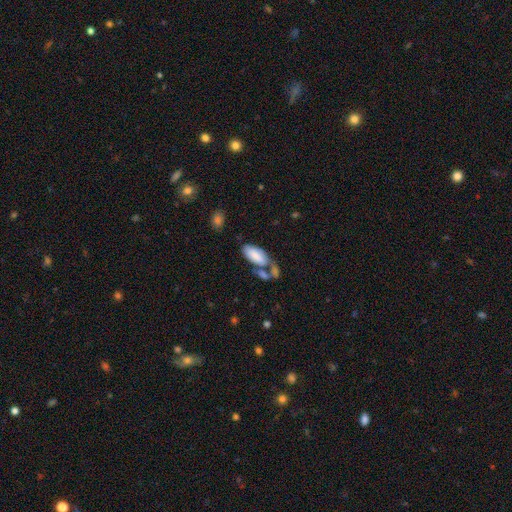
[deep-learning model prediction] A smooth galaxy with no disk features (77%) that is in between round and cigar-shaped (92%). Merging: merger (37%).